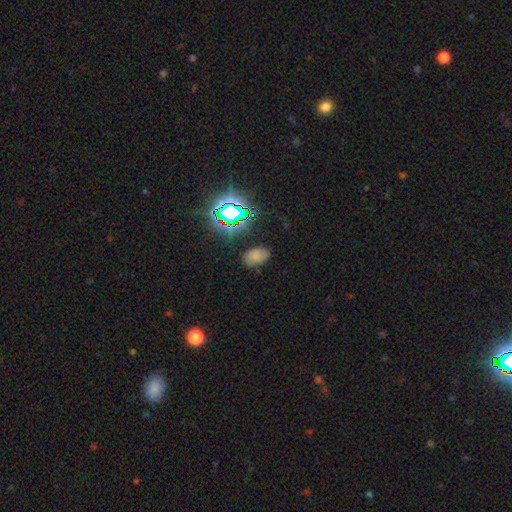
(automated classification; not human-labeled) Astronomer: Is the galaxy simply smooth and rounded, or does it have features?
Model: smooth — 64%.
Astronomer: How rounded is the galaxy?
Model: in between — 89%.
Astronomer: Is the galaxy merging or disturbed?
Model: none — 76%.